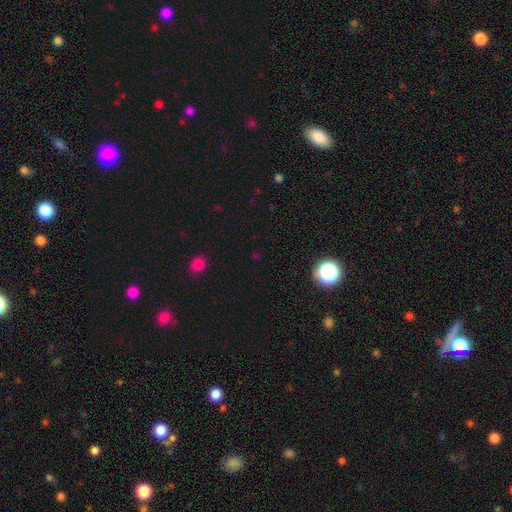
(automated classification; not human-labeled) smooth-or-featured: star or artifact: 58% | smooth: 35% | featured or disk: 7%